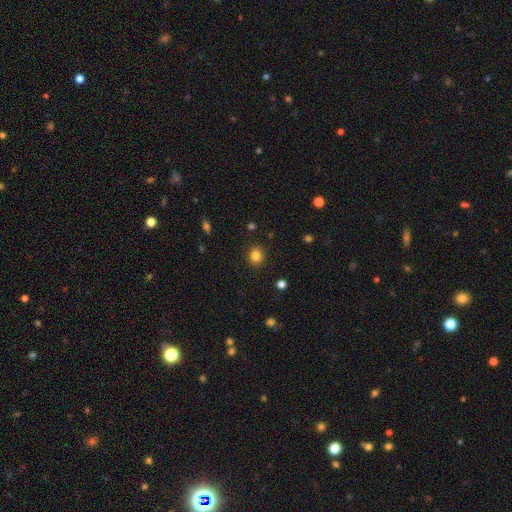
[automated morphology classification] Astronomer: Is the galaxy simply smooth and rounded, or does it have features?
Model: smooth — 84%.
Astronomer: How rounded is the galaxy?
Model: round — 82%.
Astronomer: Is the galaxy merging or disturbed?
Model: none — 89%.